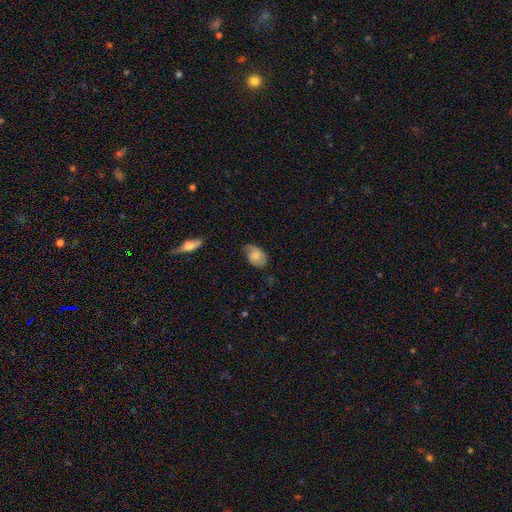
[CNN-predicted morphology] Smooth or featured? smooth (64%)
How rounded? in between (83%)
Merging? none (50%)